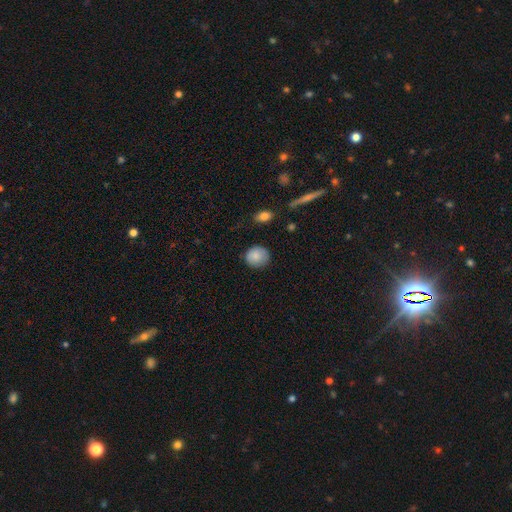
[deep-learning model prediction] Smooth or featured: smooth — 85% (featured or disk — 7%)
How rounded: round — 85% (in between — 14%)
Merging: none — 81% (minor disturbance — 14%)